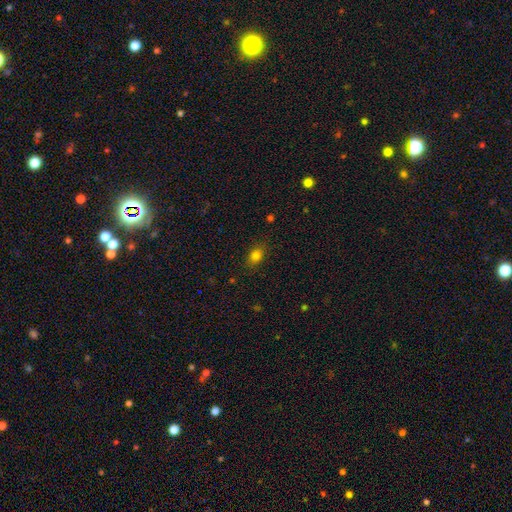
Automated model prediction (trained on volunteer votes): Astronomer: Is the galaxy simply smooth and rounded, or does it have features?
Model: smooth — 80%.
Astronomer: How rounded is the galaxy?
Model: in between — 71%.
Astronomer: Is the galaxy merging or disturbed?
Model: none — 83%.